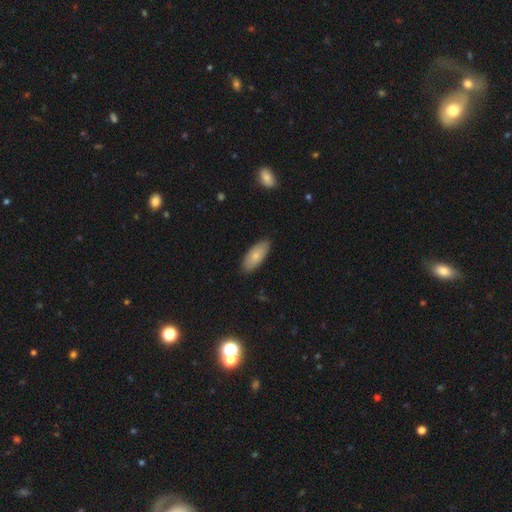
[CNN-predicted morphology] smooth-or-featured: smooth: 76% | featured or disk: 18% | star or artifact: 6%
  how-rounded: in between: 87% | cigar-shaped: 11% | round: 2%
  merging: none: 85% | minor disturbance: 12% | major disturbance: 2% | merger: 1%